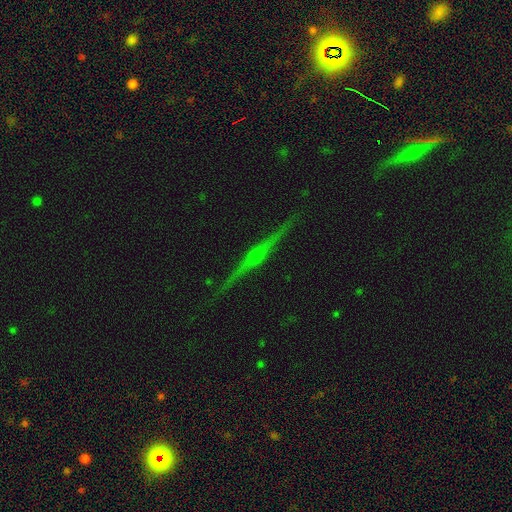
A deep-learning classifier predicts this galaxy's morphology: type=featured or disk (83%); edge-on=yes (98%); edge-on bulge=rounded (80%); merging=none (91%).